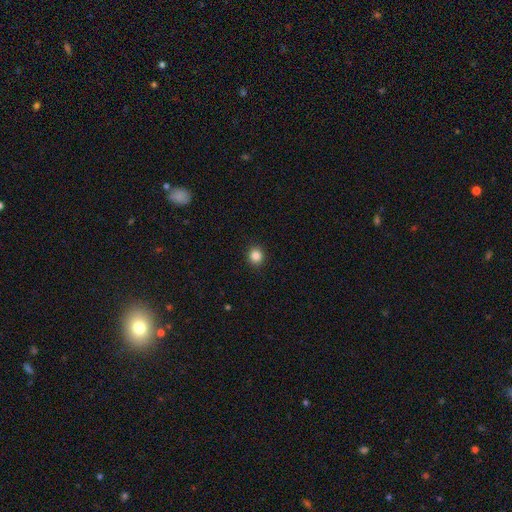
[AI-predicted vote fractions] This is clearly a smooth galaxy (85%). How rounded: clearly round (85%). Merging: clearly none (92%).